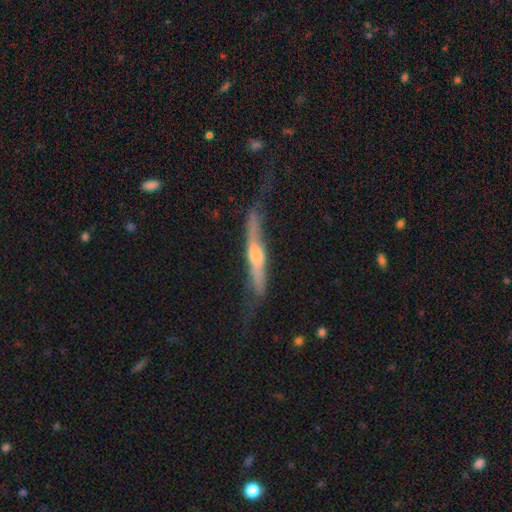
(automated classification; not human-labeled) Smooth or featured: featured or disk — 63% (smooth — 31%)
Edge-on disk: yes — 89% (no — 11%)
Edge-on bulge: rounded — 76% (none — 12%)
Merging: none — 56% (minor disturbance — 26%)